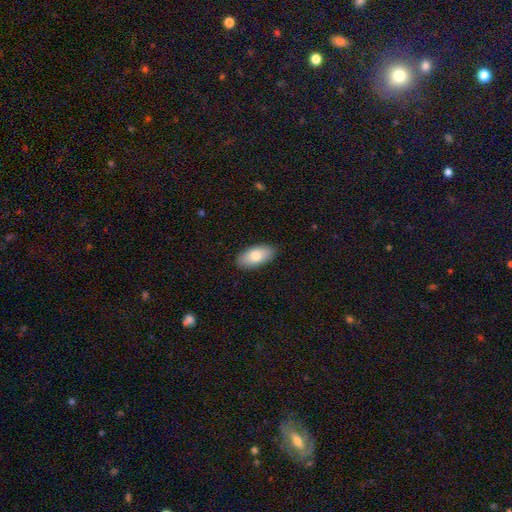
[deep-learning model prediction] Smooth or featured: smooth — 79% (featured or disk — 15%)
How rounded: in between — 93% (cigar-shaped — 5%)
Merging: none — 89% (minor disturbance — 9%)